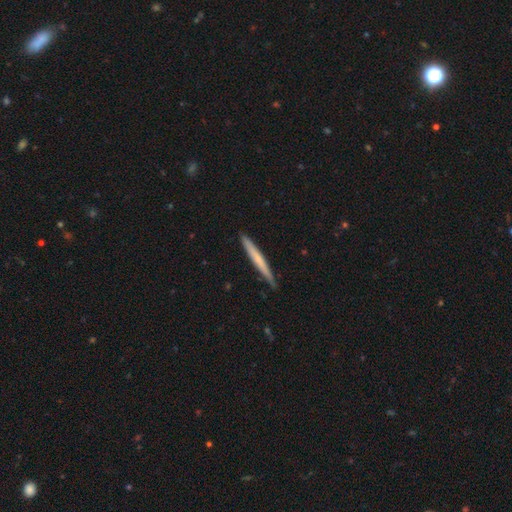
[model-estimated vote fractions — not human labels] A smooth galaxy with no disk features (57%) that is cigar-shaped (97%).

Vote fractions:
- Smooth or featured? smooth: 57% / featured or disk: 38% / star or artifact: 5%
- How rounded? cigar-shaped: 97% / in between: 2% / round: 1%
- Merging? none: 89% / minor disturbance: 9% / major disturbance: 1% / merger: 1%